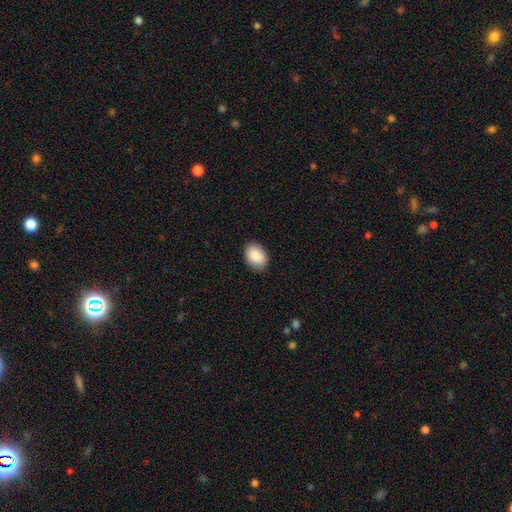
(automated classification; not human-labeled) The model was most divided on "how rounded": in between: 76%, round: 23%, cigar-shaped: 1%. More confident: smooth or featured — smooth (89%); merging — none (86%).